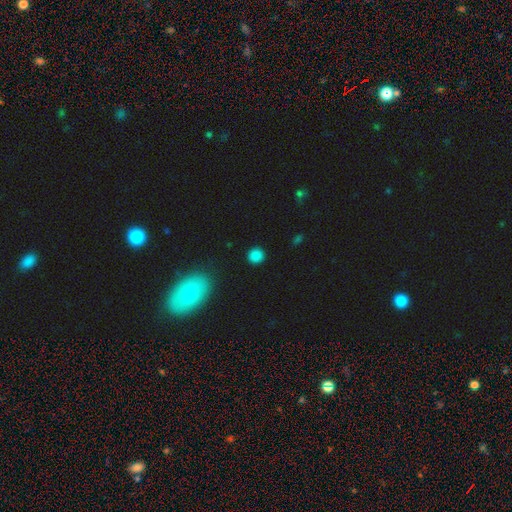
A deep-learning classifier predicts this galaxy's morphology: smooth-or-featured: smooth: 85% | star or artifact: 11% | featured or disk: 4%
  how-rounded: round: 91% | in between: 8% | cigar-shaped: 1%
  merging: none: 90% | minor disturbance: 7% | major disturbance: 2% | merger: 1%